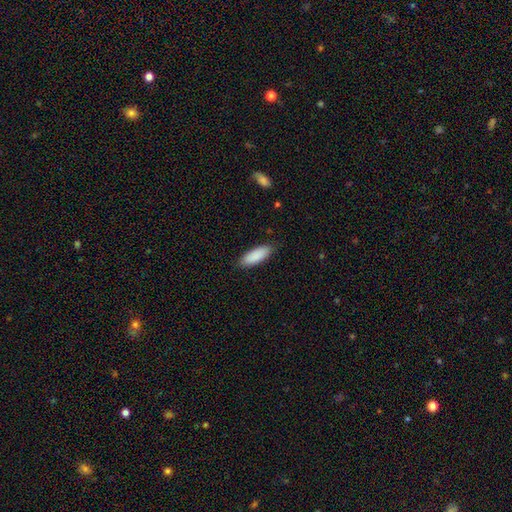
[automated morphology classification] Q: Smooth or featured?
A: smooth (90%); runner-up: star or artifact (6%)
Q: How rounded?
A: in between (67%); runner-up: cigar-shaped (31%)
Q: Merging?
A: none (86%); runner-up: minor disturbance (11%)